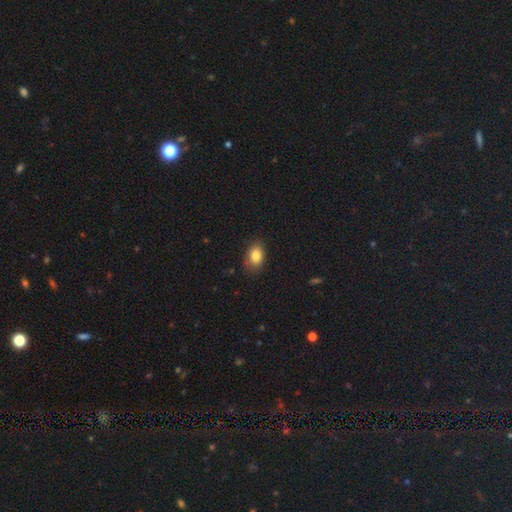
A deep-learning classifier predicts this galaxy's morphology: smooth_or_featured: smooth (p=0.84) [alt: star or artifact p=0.08]
how_rounded: in between (p=0.83) [alt: round p=0.16]
merging: none (p=0.79) [alt: minor disturbance p=0.16]